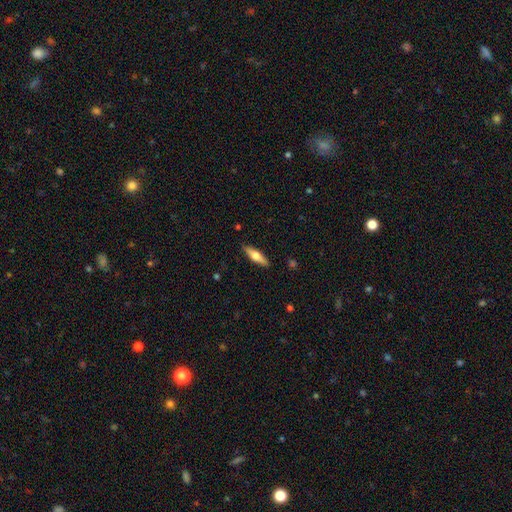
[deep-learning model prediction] This is possibly a featured or disk galaxy (48%). Merging: clearly none (89%).